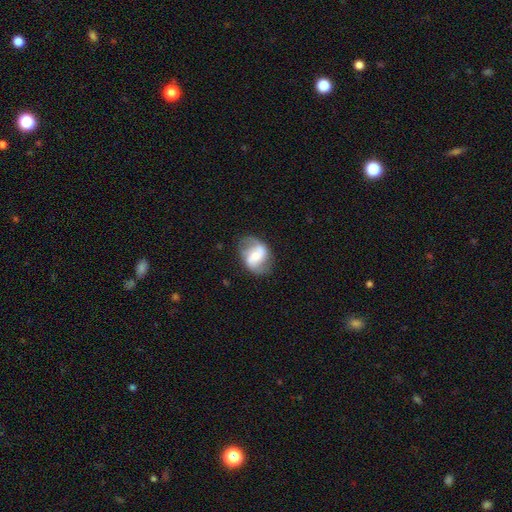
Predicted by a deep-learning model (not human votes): Morphology: type=featured or disk (74%); edge-on=no (97%); bar=weak (40%); spiral arms=yes (91%); winding=medium (43%); arm count=2 (88%); bulge=moderate (45%); merging=none (71%).